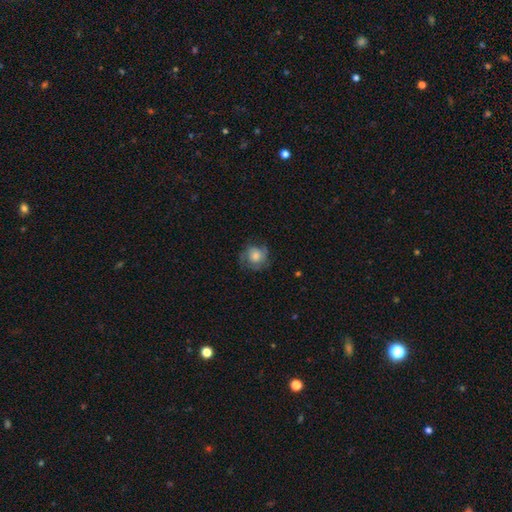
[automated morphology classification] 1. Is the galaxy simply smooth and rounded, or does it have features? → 51% smooth, 40% featured or disk, 8% star or artifact.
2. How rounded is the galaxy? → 84% round, 15% in between, 1% cigar-shaped.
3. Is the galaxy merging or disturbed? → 67% none, 21% minor disturbance, 11% major disturbance, 1% merger.